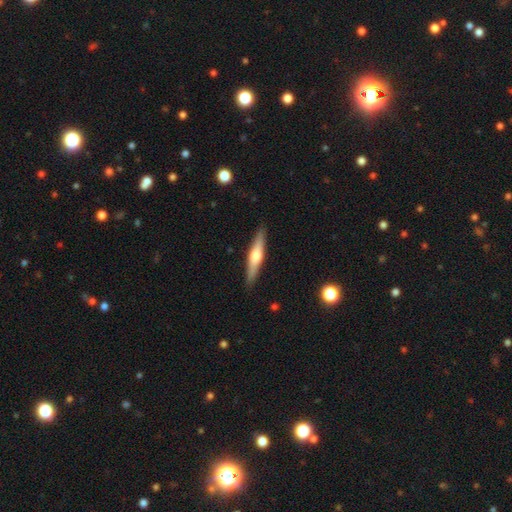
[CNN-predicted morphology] smooth_or_featured: featured or disk (p=0.56) [alt: smooth p=0.39]
disk_edge_on: yes (p=0.95) [alt: no p=0.05]
edge_on_bulge: rounded (p=0.89) [alt: boxy p=0.06]
merging: none (p=0.90) [alt: minor disturbance p=0.08]